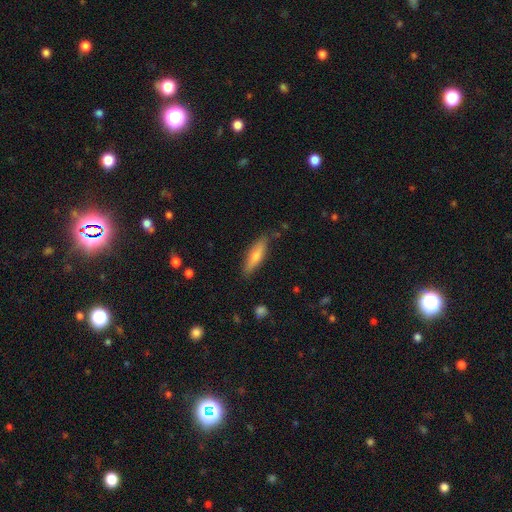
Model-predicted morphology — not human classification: Smooth or featured: smooth — 65% (featured or disk — 29%)
How rounded: cigar-shaped — 65% (in between — 33%)
Merging: none — 83% (minor disturbance — 13%)